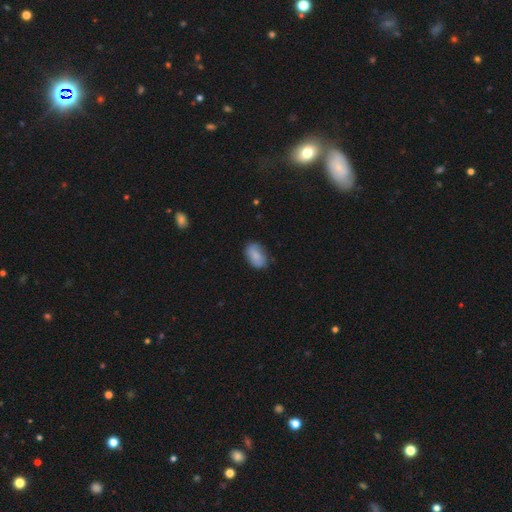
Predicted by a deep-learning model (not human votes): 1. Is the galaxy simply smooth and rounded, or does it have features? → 82% smooth, 11% featured or disk, 7% star or artifact.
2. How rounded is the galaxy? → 89% in between, 10% round, 2% cigar-shaped.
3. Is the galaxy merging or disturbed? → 75% none, 20% minor disturbance, 4% major disturbance, 1% merger.